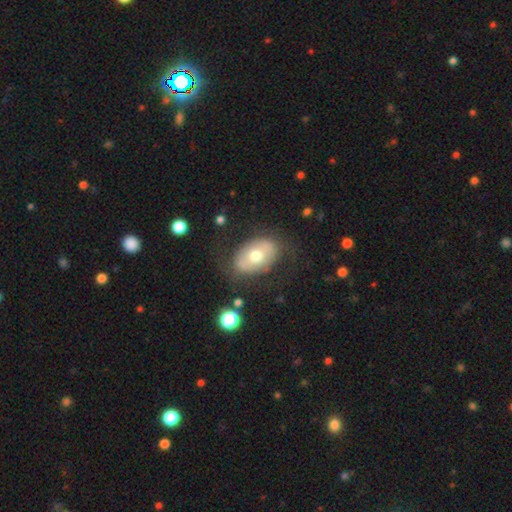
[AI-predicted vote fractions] smooth-or-featured: smooth: 54% | featured or disk: 38% | star or artifact: 8%
  how-rounded: in between: 82% | round: 17% | cigar-shaped: 1%
  merging: none: 72% | minor disturbance: 16% | major disturbance: 10% | merger: 2%